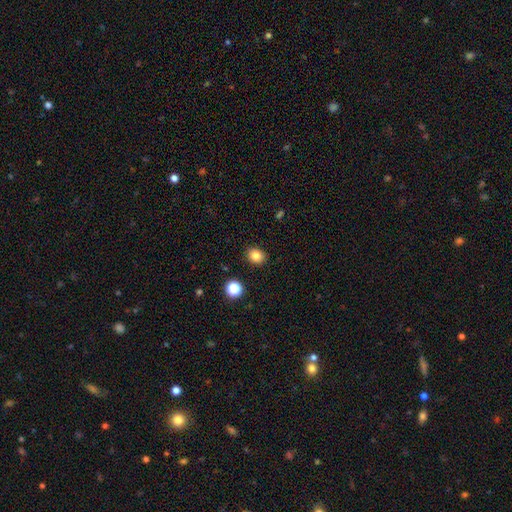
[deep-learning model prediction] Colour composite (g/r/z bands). It shows a smooth galaxy with no disk features (83%) that is round (60%). Merging: none (90%).